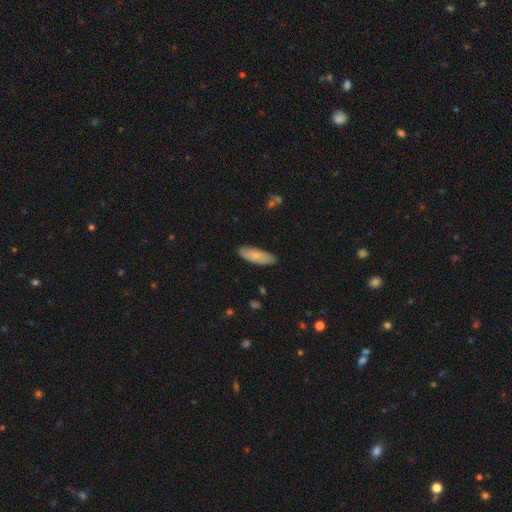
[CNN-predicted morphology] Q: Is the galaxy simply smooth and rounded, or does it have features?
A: smooth — 75%.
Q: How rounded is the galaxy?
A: in between — 64%.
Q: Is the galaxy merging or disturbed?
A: none — 84%.